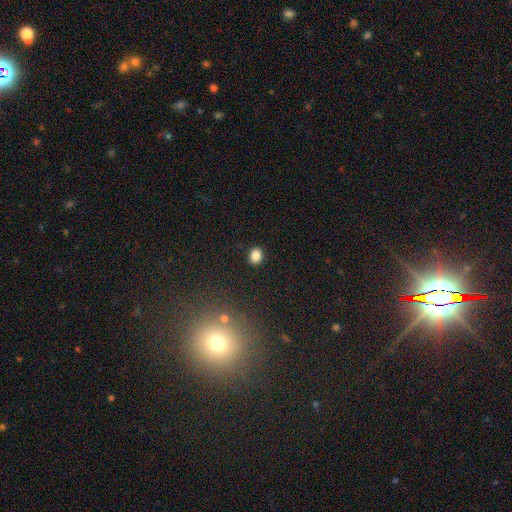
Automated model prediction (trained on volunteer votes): This appears to be a smooth galaxy with no disk features (85%) that is round (55%). Merging: none (90%).